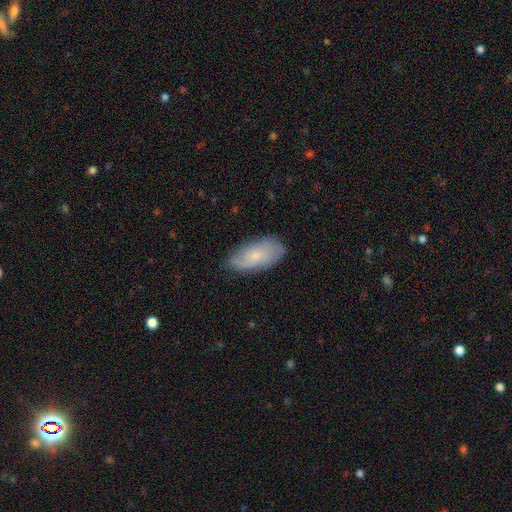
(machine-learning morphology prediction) Smooth or featured? smooth (55%)
How rounded? in between (90%)
Merging? none (75%)